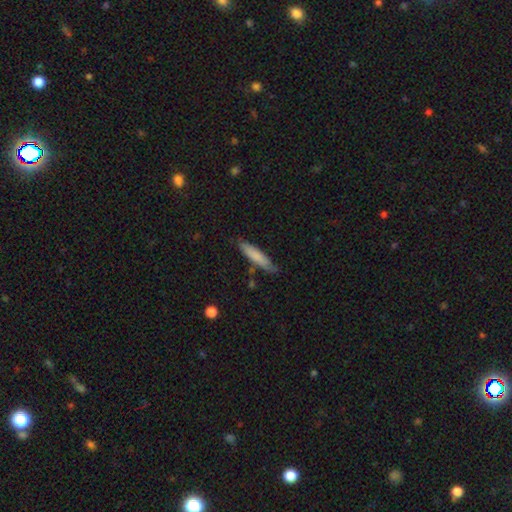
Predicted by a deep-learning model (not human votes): Smooth or featured? Predicted: smooth (p=0.76). How rounded? Predicted: cigar-shaped (p=0.83). Merging? Predicted: none (p=0.77).